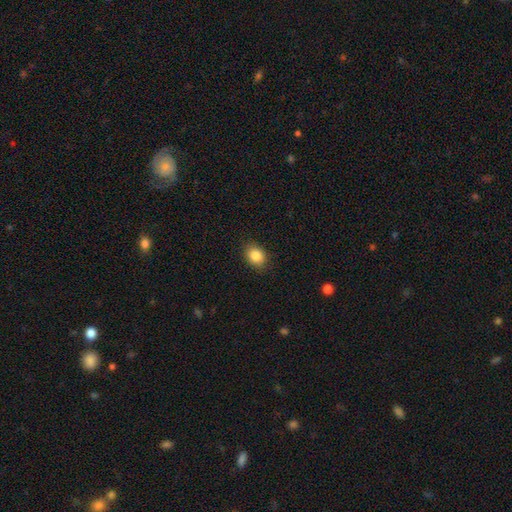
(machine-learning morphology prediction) Smooth or featured: smooth — 85% (star or artifact — 9%)
How rounded: in between — 57% (round — 42%)
Merging: none — 88% (minor disturbance — 9%)